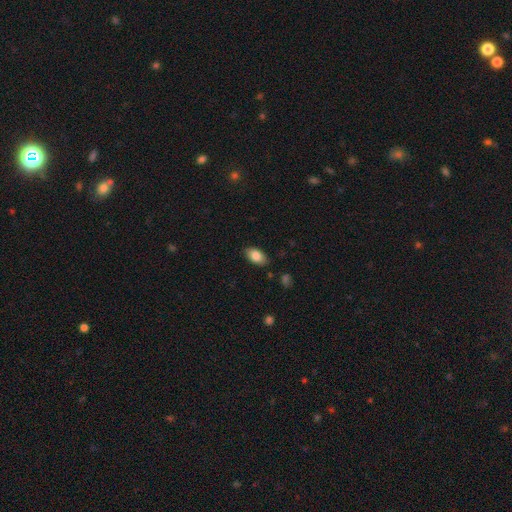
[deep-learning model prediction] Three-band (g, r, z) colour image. It shows a smooth galaxy with no disk features (85%) that is in between round and cigar-shaped (92%). Merging: none (84%).